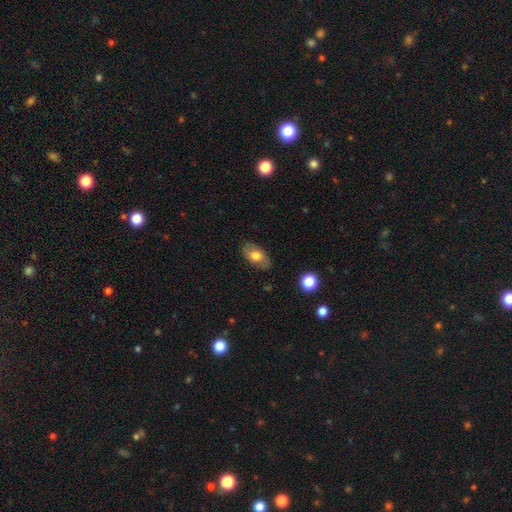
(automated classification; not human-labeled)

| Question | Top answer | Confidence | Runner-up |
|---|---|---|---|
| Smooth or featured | smooth | 66% | featured or disk (27%) |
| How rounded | in between | 91% | round (6%) |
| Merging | none | 80% | minor disturbance (15%) |